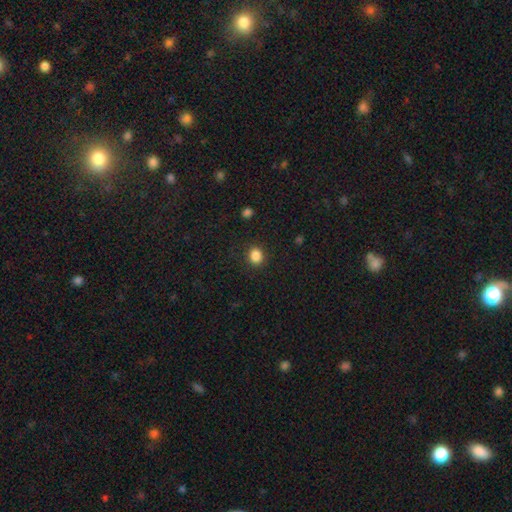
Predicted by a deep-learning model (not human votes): Smooth or featured? Predicted: smooth (p=0.86). How rounded? Predicted: round (p=0.72). Merging? Predicted: none (p=0.89).